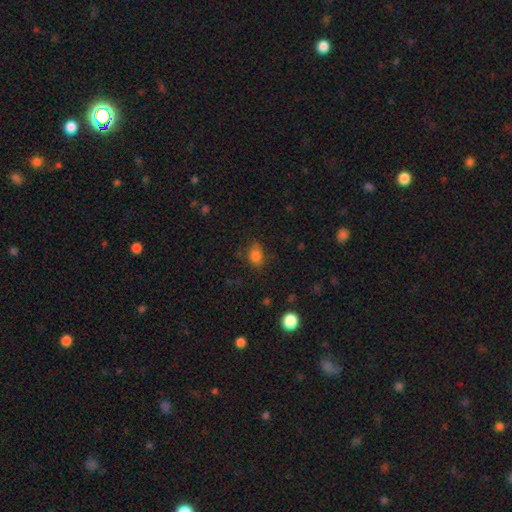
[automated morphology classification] smooth 82%, star or artifact 12%, featured or disk 6%. Down the decision tree: how rounded — in between (67%); merging — none (73%).